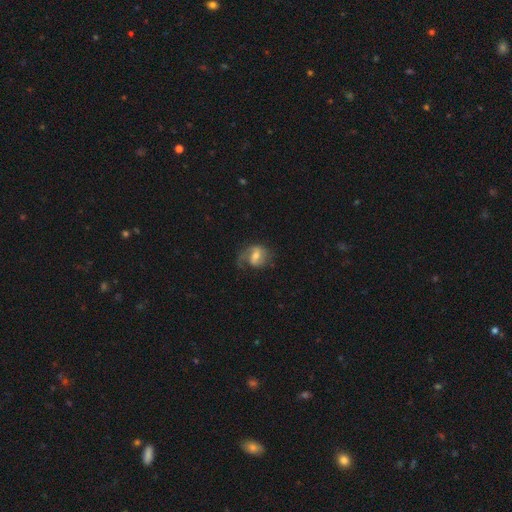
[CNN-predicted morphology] A featured or disk galaxy (68%) with a weak bar (51%), 2 (54%) medium (43%) spiral arms (88%) and a moderate central bulge (57%). Merging: none (51%).